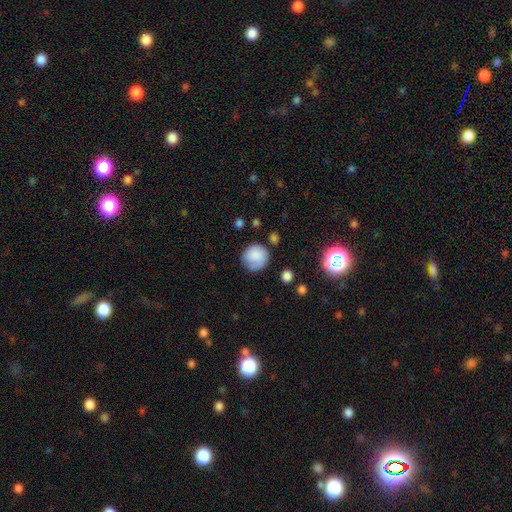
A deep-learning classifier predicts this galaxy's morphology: This appears to be a smooth galaxy with no disk features (82%) that is round (90%). Merging: none (71%).